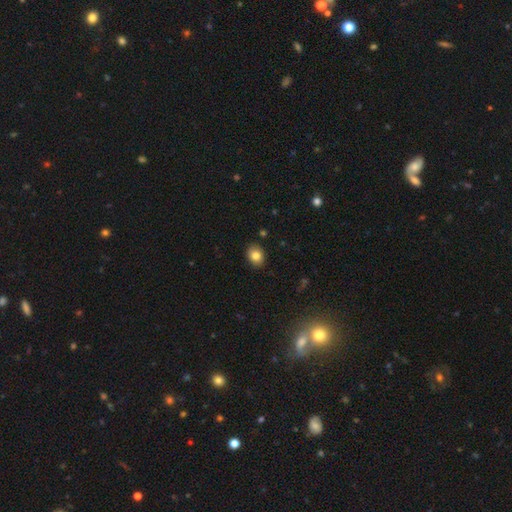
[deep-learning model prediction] This is clearly a smooth galaxy (83%). How rounded: likely in between (61%). Merging: clearly none (88%).